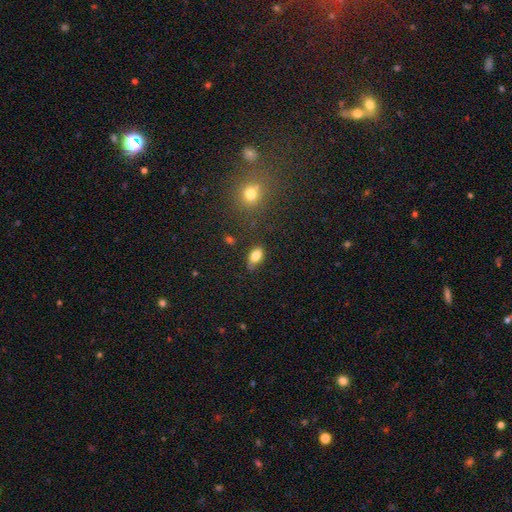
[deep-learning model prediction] A smooth galaxy with no disk features (82%) that is in between round and cigar-shaped (89%).

Vote fractions:
- Smooth or featured? smooth: 82% / featured or disk: 9% / star or artifact: 9%
- How rounded? in between: 89% / round: 7% / cigar-shaped: 4%
- Merging? none: 70% / minor disturbance: 21% / major disturbance: 5% / merger: 3%